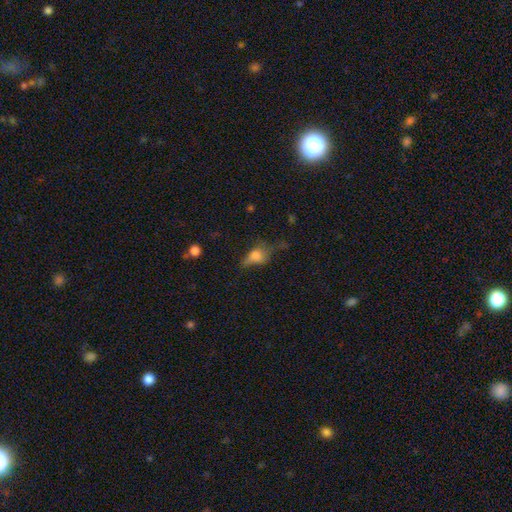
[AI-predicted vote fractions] smooth-or-featured: smooth: 60% | featured or disk: 26% | star or artifact: 14%
  how-rounded: in between: 71% | round: 22% | cigar-shaped: 7%
  merging: major disturbance: 35% | none: 32% | minor disturbance: 28% | merger: 5%